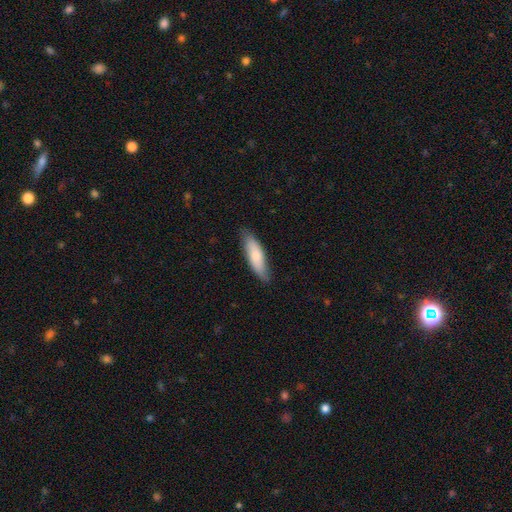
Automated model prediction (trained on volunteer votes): Smooth or featured? Predicted: smooth (p=0.73). How rounded? Predicted: cigar-shaped (p=0.55). Merging? Predicted: none (p=0.80).